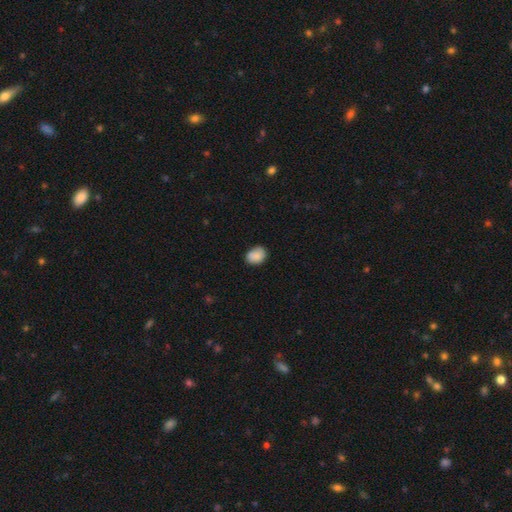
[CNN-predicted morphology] Smooth or featured: smooth — 86% (star or artifact — 8%)
How rounded: in between — 57% (round — 42%)
Merging: none — 73% (minor disturbance — 21%)